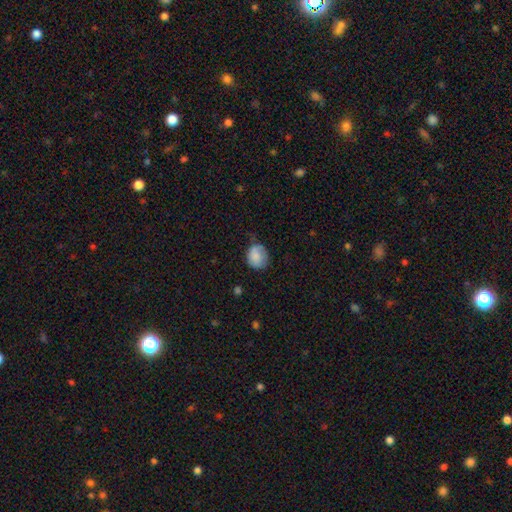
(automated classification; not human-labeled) This is likely a smooth galaxy (79%). How rounded: likely round (66%). Merging: possibly none (52%).